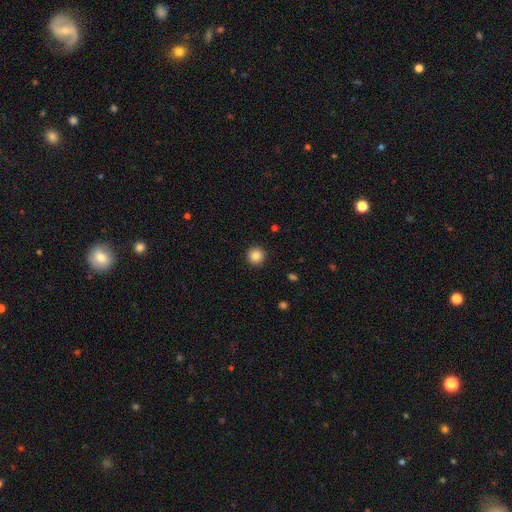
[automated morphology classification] A smooth galaxy with no disk features (85%) that is round (95%).

Vote fractions:
- Smooth or featured? smooth: 85% / star or artifact: 10% / featured or disk: 5%
- How rounded? round: 95% / in between: 4% / cigar-shaped: 1%
- Merging? none: 92% / minor disturbance: 5% / major disturbance: 2% / merger: 1%